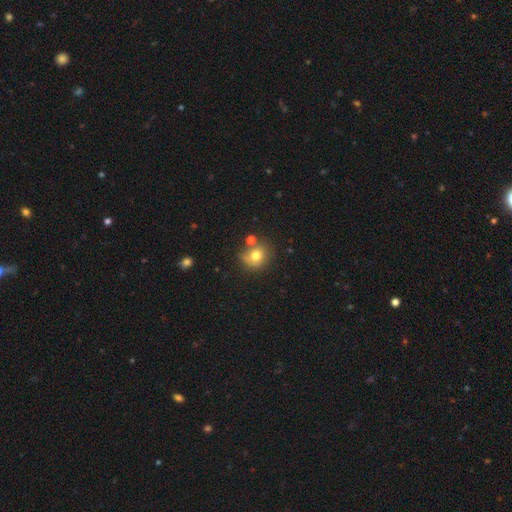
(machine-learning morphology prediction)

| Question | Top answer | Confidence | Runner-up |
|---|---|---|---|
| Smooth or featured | smooth | 75% | featured or disk (12%) |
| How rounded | round | 80% | in between (19%) |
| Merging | none | 61% | minor disturbance (18%) |